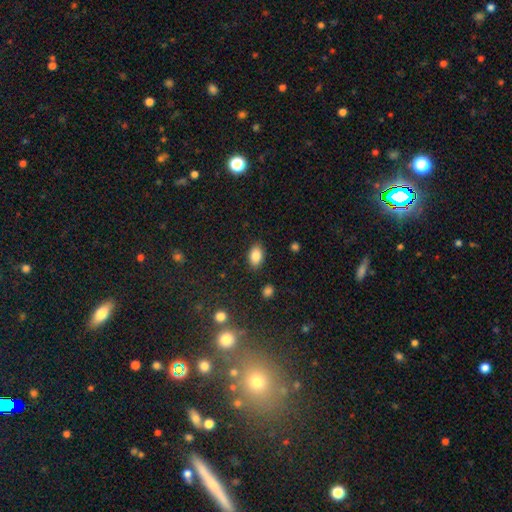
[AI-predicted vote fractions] This is clearly a smooth galaxy (85%). How rounded: clearly in between (88%). Merging: clearly none (86%).